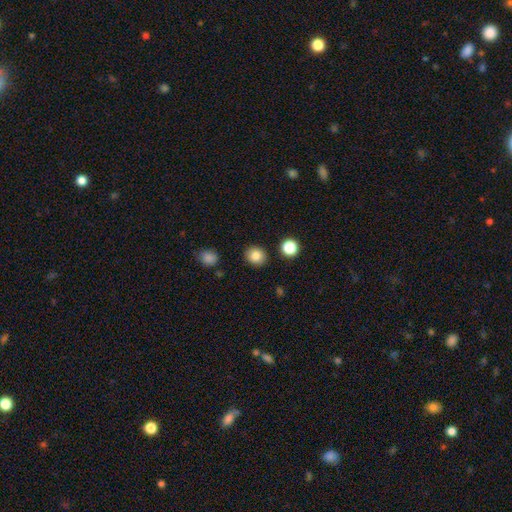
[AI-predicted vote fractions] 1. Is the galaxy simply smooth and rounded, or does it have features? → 84% smooth, 10% star or artifact, 6% featured or disk.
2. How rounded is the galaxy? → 79% round, 21% in between, 1% cigar-shaped.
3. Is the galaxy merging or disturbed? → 90% none, 6% minor disturbance, 2% major disturbance, 2% merger.